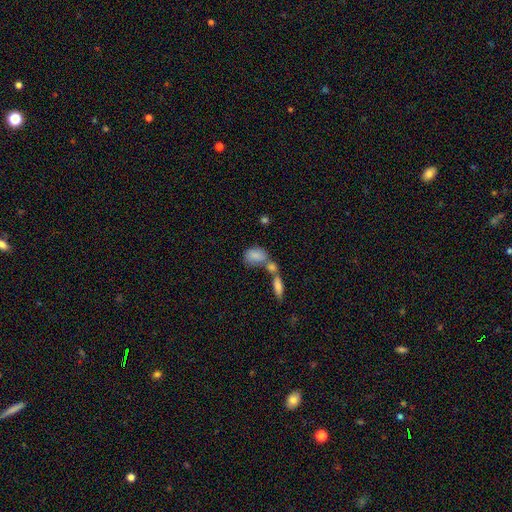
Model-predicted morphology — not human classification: Overall: smooth (81%). How rounded: in between (83%). Merging: merger (52%; none 31%).